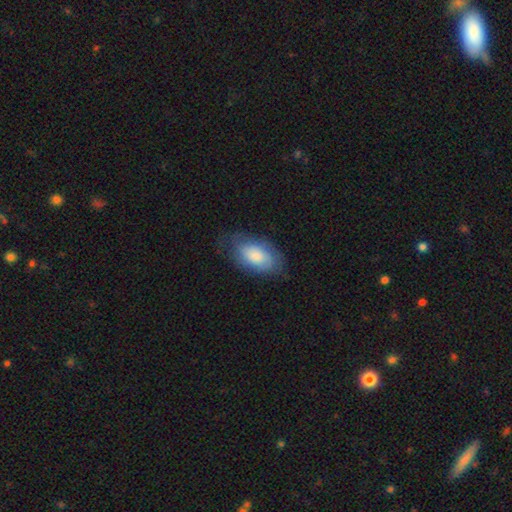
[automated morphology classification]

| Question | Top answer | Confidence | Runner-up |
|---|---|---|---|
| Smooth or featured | smooth | 68% | featured or disk (26%) |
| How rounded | in between | 93% | round (5%) |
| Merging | none | 67% | minor disturbance (23%) |